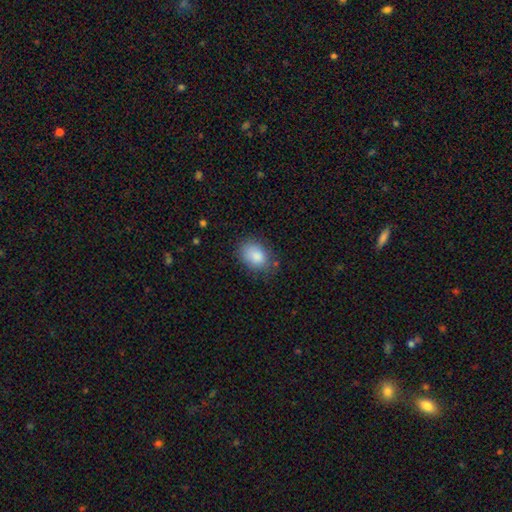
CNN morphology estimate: smooth-or-featured: smooth: 86% | star or artifact: 8% | featured or disk: 6%
  how-rounded: in between: 77% | round: 22% | cigar-shaped: 1%
  merging: none: 72% | minor disturbance: 21% | major disturbance: 5% | merger: 2%